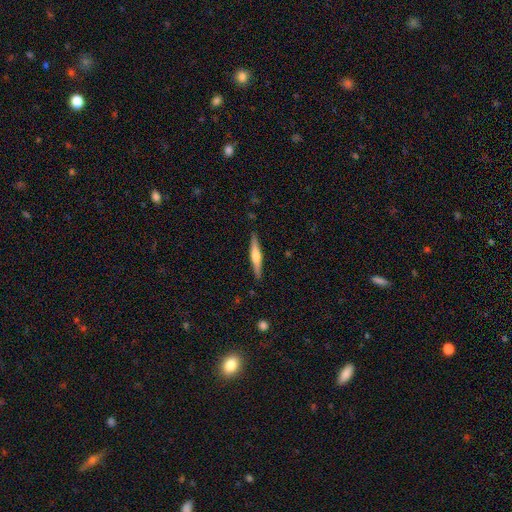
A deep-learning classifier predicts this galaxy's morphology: Smooth or featured? Predicted: featured or disk (p=0.59). Edge-on disk? Predicted: yes (p=0.97). Edge-on bulge? Predicted: rounded (p=0.85). Merging? Predicted: none (p=0.90).